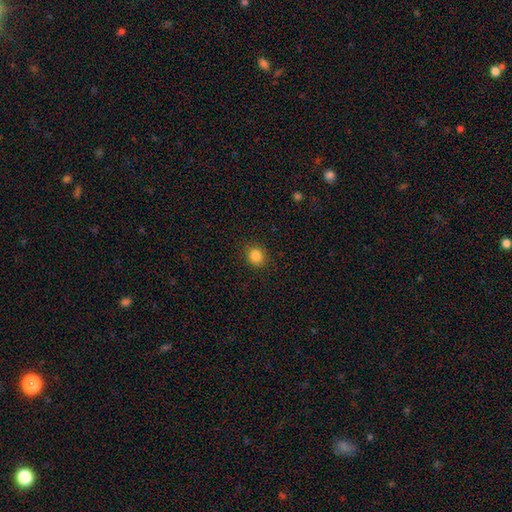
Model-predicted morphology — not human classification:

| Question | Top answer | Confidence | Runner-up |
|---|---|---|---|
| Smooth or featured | smooth | 85% | star or artifact (11%) |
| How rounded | round | 86% | in between (13%) |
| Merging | none | 89% | minor disturbance (7%) |